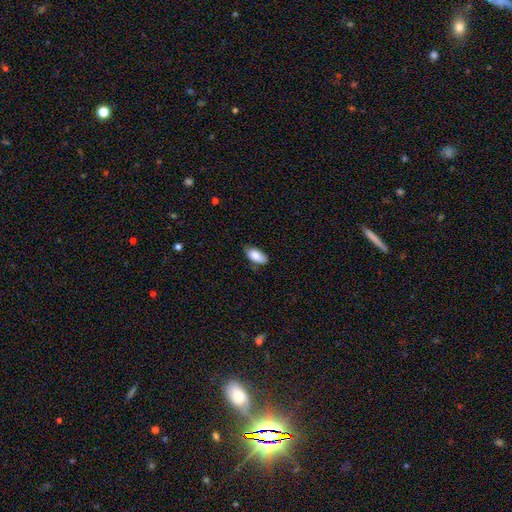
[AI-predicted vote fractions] smooth_or_featured: smooth (p=0.86) [alt: featured or disk p=0.07]
how_rounded: in between (p=0.91) [alt: cigar-shaped p=0.07]
merging: none (p=0.74) [alt: minor disturbance p=0.21]